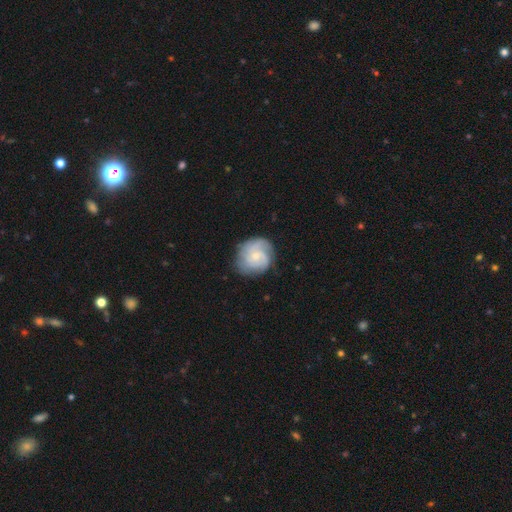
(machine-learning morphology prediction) smooth-or-featured: featured or disk: 70% | smooth: 24% | star or artifact: 6%
  disk-edge-on: no: 98% | yes: 2%
    bar: no: 74% | weak: 23% | strong: 3%
    has-spiral-arms: yes: 93% | no: 7%
      spiral-winding: tight: 54% | medium: 34% | loose: 11%
      spiral-arm-count: 3: 30% | can't tell: 29% | 2: 21% | 4: 9% | 1: 6% | more than 4: 5%
    bulge-size: small: 68% | moderate: 27% | none: 2% | large: 1% | dominant: 1%
  merging: none: 75% | minor disturbance: 18% | major disturbance: 6% | merger: 1%